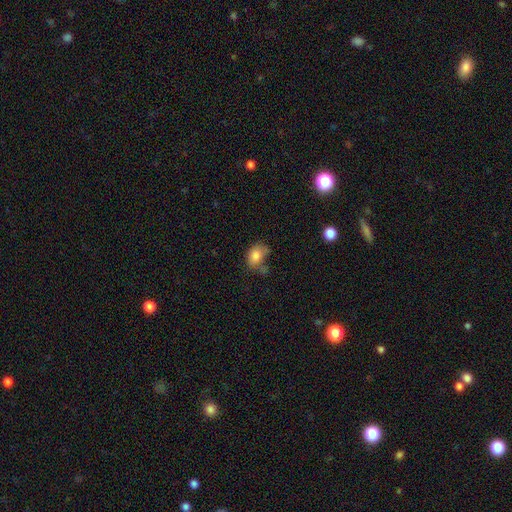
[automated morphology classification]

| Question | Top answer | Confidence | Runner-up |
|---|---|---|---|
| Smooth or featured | smooth | 81% | featured or disk (10%) |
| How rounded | in between | 71% | round (28%) |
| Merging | none | 43% | minor disturbance (29%) |